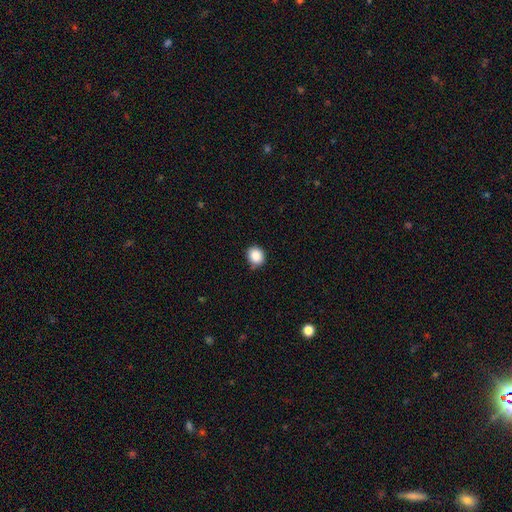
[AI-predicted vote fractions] Smooth or featured?
  - smooth: 87% *
  - star or artifact: 9%
  - featured or disk: 3%
How rounded?
  - round: 81% *
  - in between: 18%
  - cigar-shaped: 1%
Merging?
  - none: 78% *
  - minor disturbance: 17%
  - major disturbance: 3%
  - merger: 1%